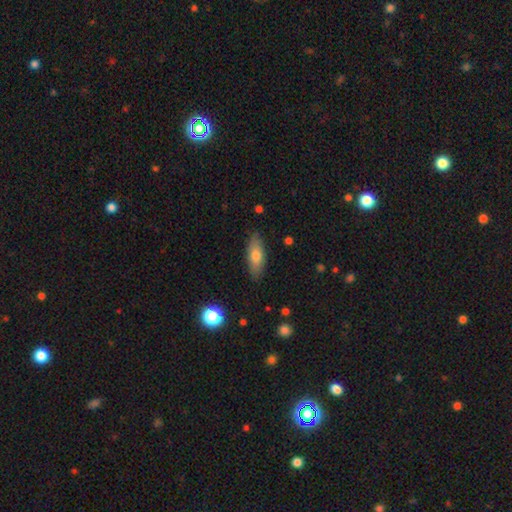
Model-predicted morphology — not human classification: type=smooth (72%); roundness=in between (70%); merging=none (85%).